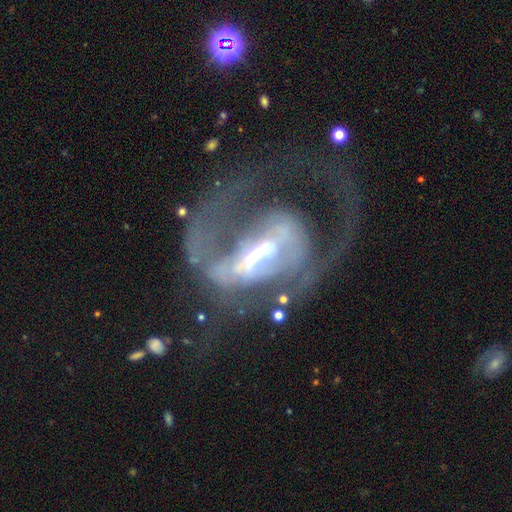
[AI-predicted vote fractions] Morphology: type=featured or disk (82%); edge-on=no (94%); bar=strong (46%); spiral arms=yes (78%); winding=medium (42%); arm count=2 (38%); bulge=moderate (51%); merging=major disturbance (54%).